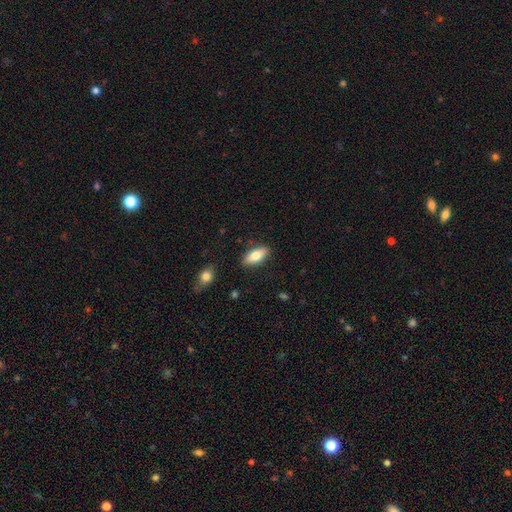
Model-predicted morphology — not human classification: Overall: smooth (77%). How rounded: in between (81%). Merging: none (87%).